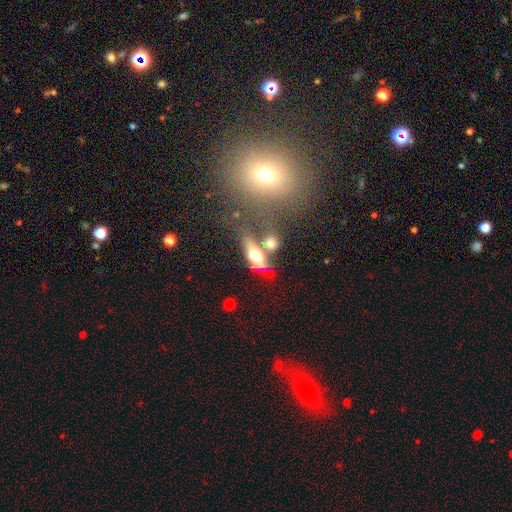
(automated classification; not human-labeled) This appears to be a smooth galaxy with no disk features (52%) that is in between round and cigar-shaped (64%). Merging: none (42%).